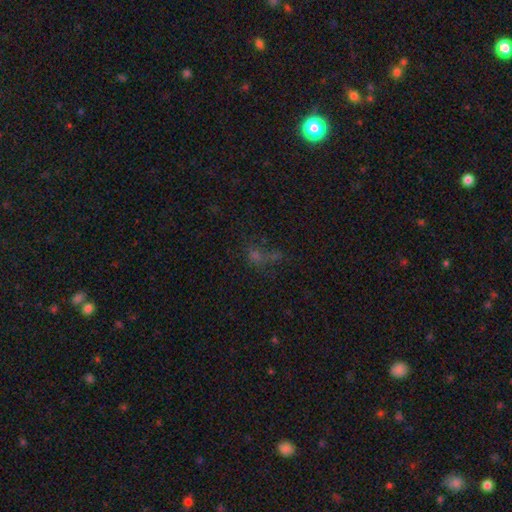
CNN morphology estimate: Overall: star or artifact (44%; smooth 40%).